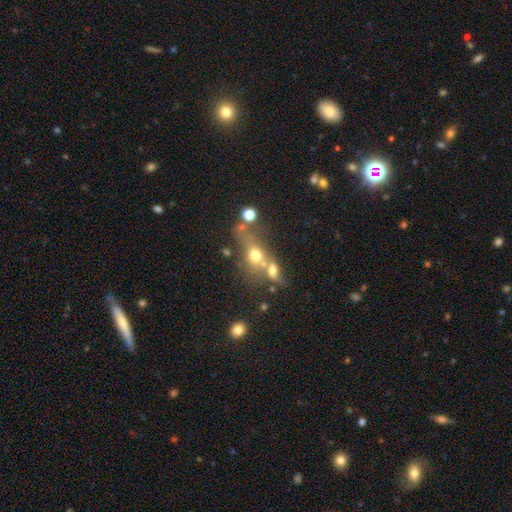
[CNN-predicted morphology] A smooth galaxy with no disk features (60%) that is round (52%). Merging: merger (51%).